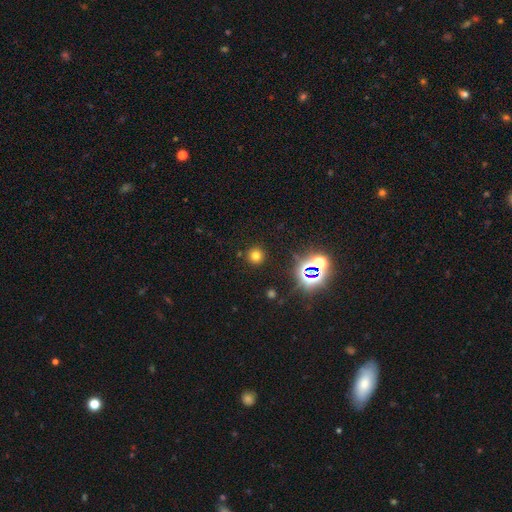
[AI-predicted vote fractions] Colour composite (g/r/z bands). It shows a smooth galaxy with no disk features (70%) that is round (95%). Merging: none (89%).